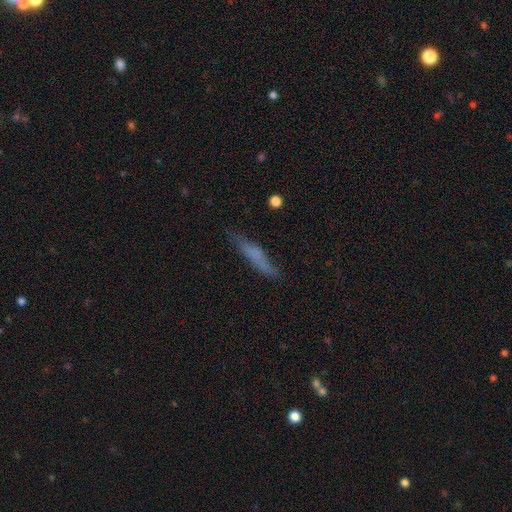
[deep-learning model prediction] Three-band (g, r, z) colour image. It shows a smooth galaxy with no disk features (63%) that is cigar-shaped (89%). Merging: none (73%).